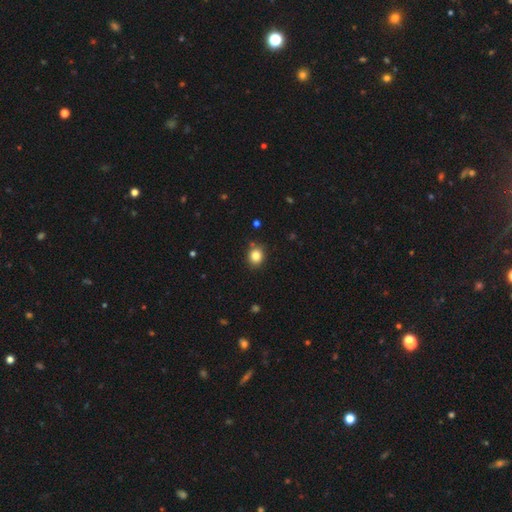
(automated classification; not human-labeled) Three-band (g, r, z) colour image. It shows a smooth galaxy with no disk features (84%) that is round (73%). Merging: none (85%).